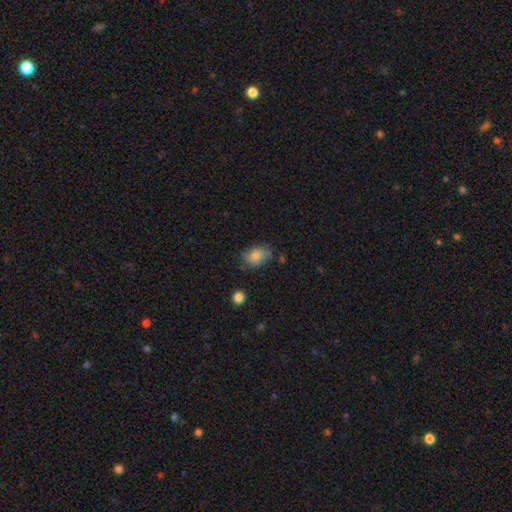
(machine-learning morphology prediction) Smooth or featured? smooth (77%)
How rounded? in between (73%)
Merging? none (62%)